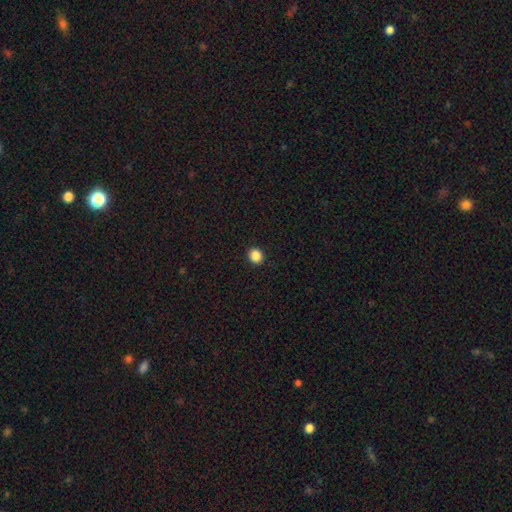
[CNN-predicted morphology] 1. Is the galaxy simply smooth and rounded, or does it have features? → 87% smooth, 10% star or artifact, 3% featured or disk.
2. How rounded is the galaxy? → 84% round, 16% in between, 1% cigar-shaped.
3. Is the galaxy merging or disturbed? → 93% none, 5% minor disturbance, 2% major disturbance, 1% merger.